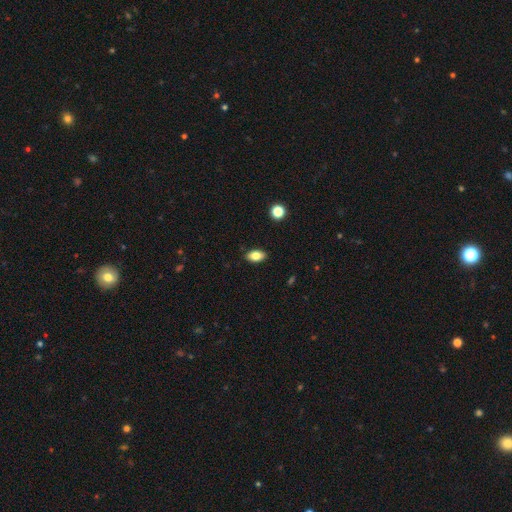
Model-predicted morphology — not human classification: Q: Smooth or featured?
A: smooth (82%); runner-up: featured or disk (10%)
Q: How rounded?
A: in between (90%); runner-up: round (7%)
Q: Merging?
A: none (88%); runner-up: minor disturbance (9%)